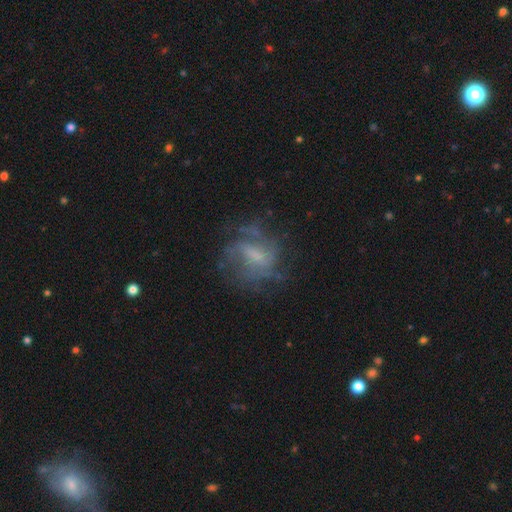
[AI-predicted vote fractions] Smooth or featured: featured or disk — 69% (smooth — 20%)
Edge-on disk: no — 96% (yes — 4%)
Bar: weak — 49% (no — 32%)
Spiral arms: yes — 74% (no — 26%)
Bulge size: small — 34% (moderate — 30%)
Merging: none — 56% (major disturbance — 23%)